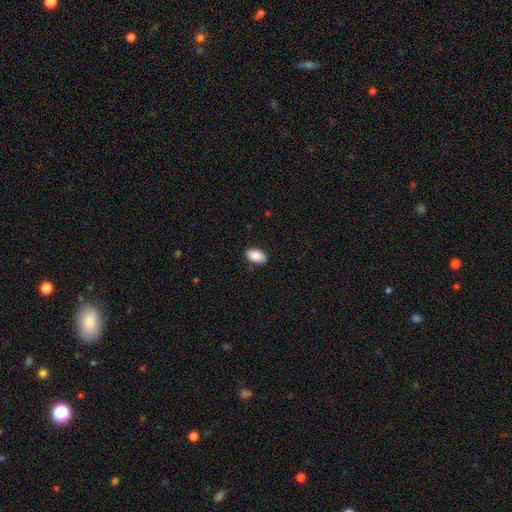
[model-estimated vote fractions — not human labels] Smooth or featured? Predicted: smooth (p=0.89). How rounded? Predicted: in between (p=0.94). Merging? Predicted: none (p=0.87).